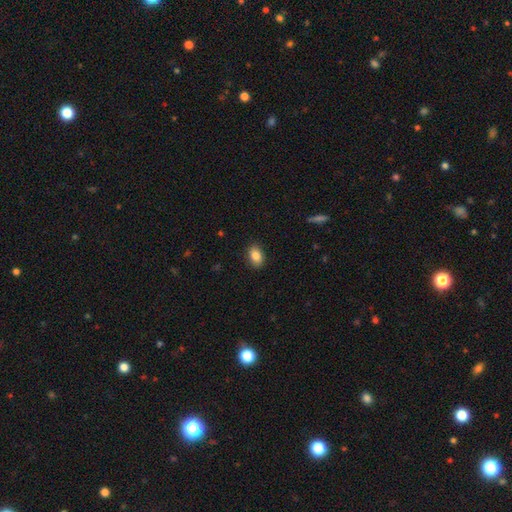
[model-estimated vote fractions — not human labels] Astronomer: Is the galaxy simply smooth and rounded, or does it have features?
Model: smooth — 85%.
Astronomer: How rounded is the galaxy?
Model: in between — 84%.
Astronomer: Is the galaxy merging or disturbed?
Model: none — 89%.